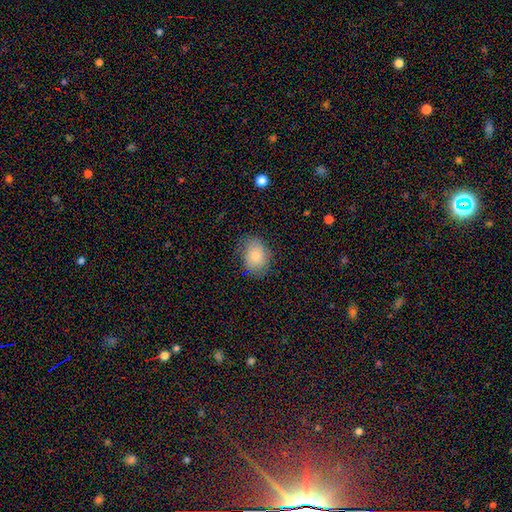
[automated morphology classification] This appears to be a smooth galaxy with no disk features (80%) that is in between round and cigar-shaped (63%). Merging: none (74%).